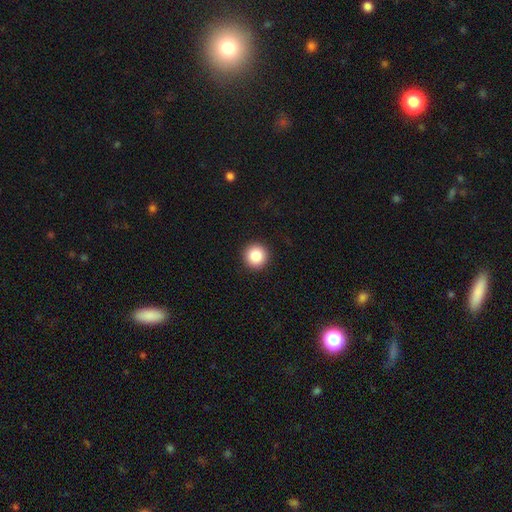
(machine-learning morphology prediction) The model was most divided on "smooth or featured": smooth: 86%, star or artifact: 10%, featured or disk: 5%. More confident: how rounded — round (96%); merging — none (93%).